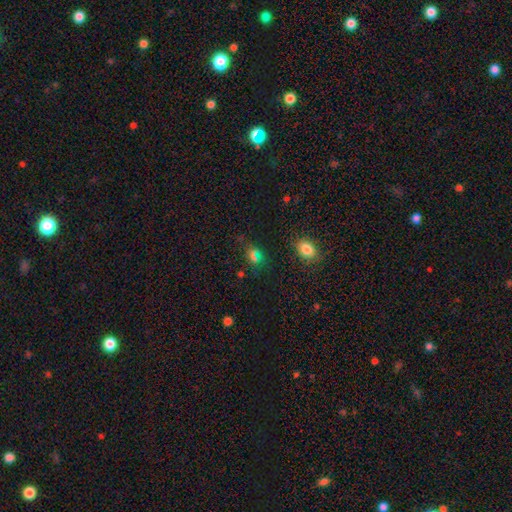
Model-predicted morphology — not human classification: This is possibly a smooth galaxy (53%). How rounded: possibly in between (54%). Merging: likely none (74%).